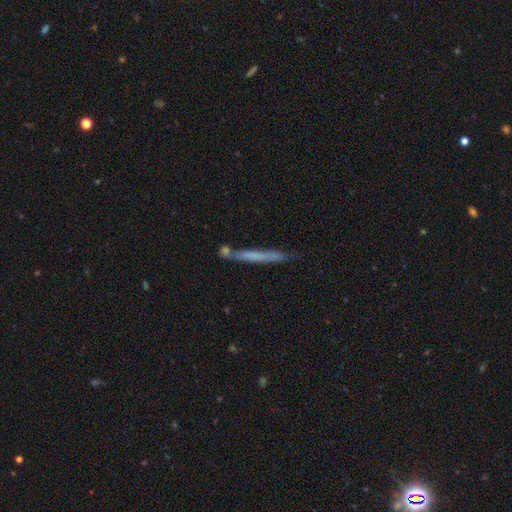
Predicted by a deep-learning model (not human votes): Morphology: type=smooth (50%); merging=none (74%).